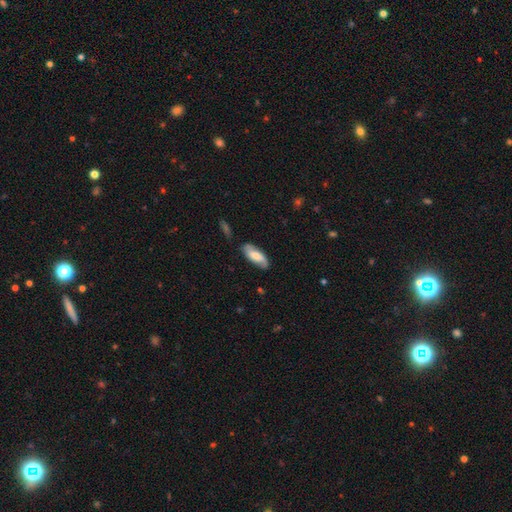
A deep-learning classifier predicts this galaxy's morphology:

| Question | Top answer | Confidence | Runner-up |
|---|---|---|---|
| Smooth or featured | smooth | 58% | featured or disk (36%) |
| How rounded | in between | 80% | cigar-shaped (18%) |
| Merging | none | 78% | minor disturbance (16%) |